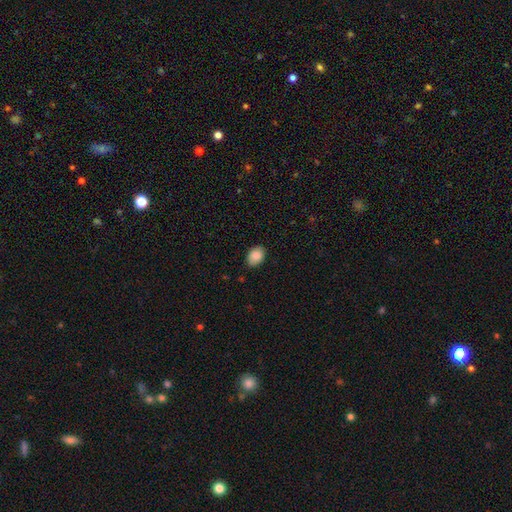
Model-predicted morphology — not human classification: This appears to be a smooth galaxy with no disk features (88%) that is in between round and cigar-shaped (80%). Merging: none (85%).